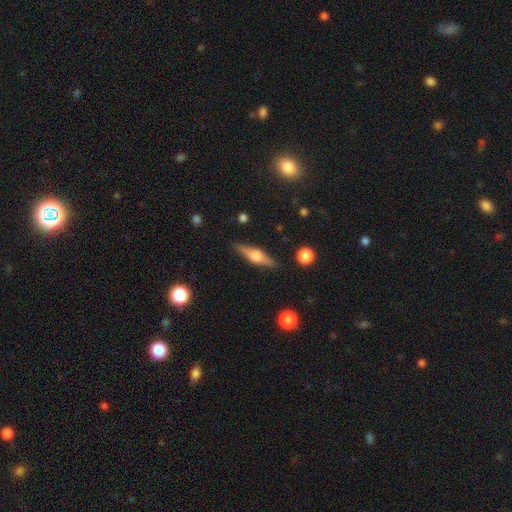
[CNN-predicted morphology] This appears to be a featured or disk galaxy (65%) viewed edge-on (96%) with a rounded central bulge (91%). Merging: none (87%).